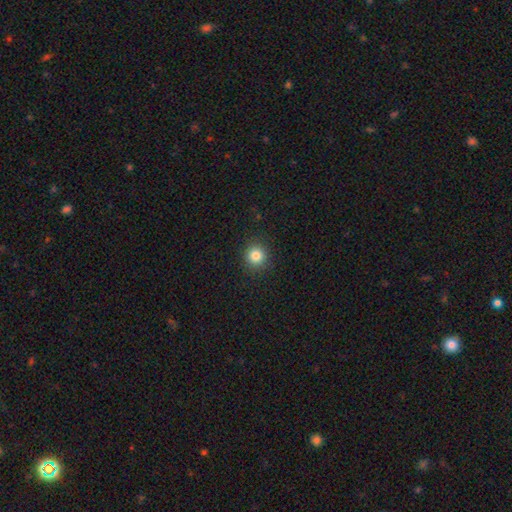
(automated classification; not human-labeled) Smooth or featured?
  - smooth: 83% *
  - star or artifact: 12%
  - featured or disk: 5%
How rounded?
  - round: 92% *
  - in between: 7%
  - cigar-shaped: 1%
Merging?
  - none: 91% *
  - minor disturbance: 6%
  - major disturbance: 2%
  - merger: 1%